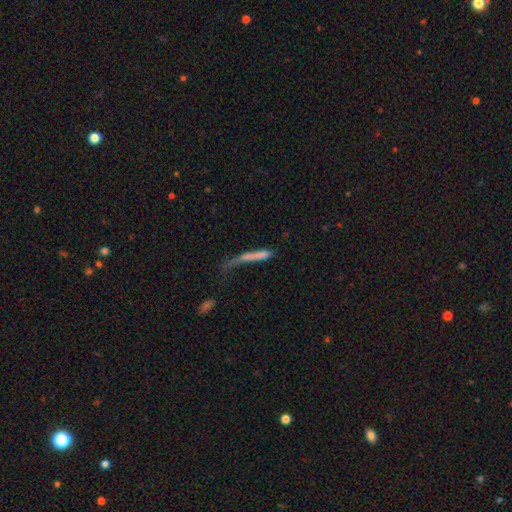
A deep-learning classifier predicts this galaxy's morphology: The model was most divided on "merging": major disturbance: 40%, none: 30%, minor disturbance: 20%, merger: 10%. More confident: how rounded — cigar-shaped (89%); smooth or featured — smooth (63%).